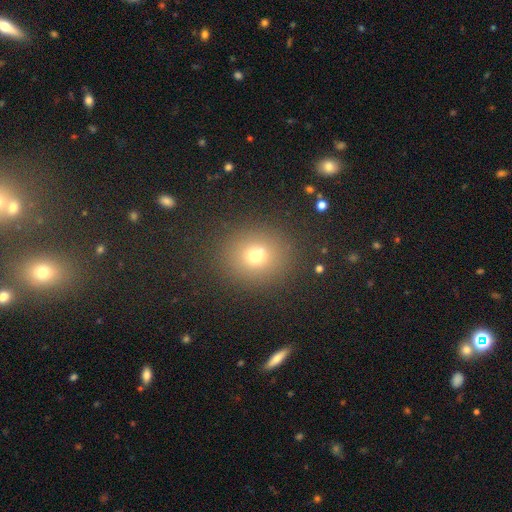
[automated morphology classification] smooth 71%, star or artifact 19%, featured or disk 10%. Down the decision tree: how rounded — round (80%); merging — none (87%).